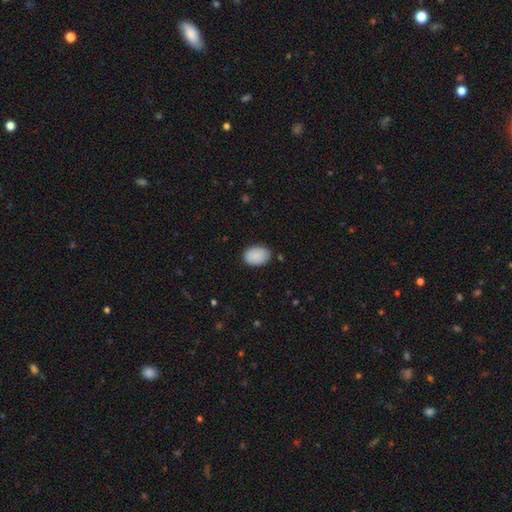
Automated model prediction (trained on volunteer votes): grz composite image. It shows a smooth galaxy with no disk features (89%) that is in between round and cigar-shaped (83%). Merging: none (83%).